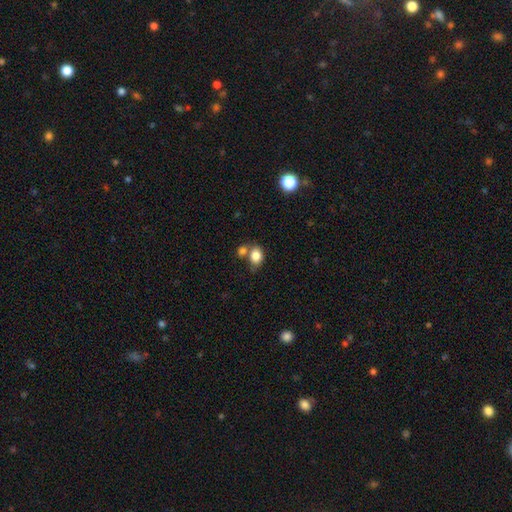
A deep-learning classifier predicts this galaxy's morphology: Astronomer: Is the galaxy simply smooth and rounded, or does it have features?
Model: smooth — 83%.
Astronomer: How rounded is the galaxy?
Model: in between — 64%.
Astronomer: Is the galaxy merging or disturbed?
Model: none — 47% (runner-up: merger, 33%).